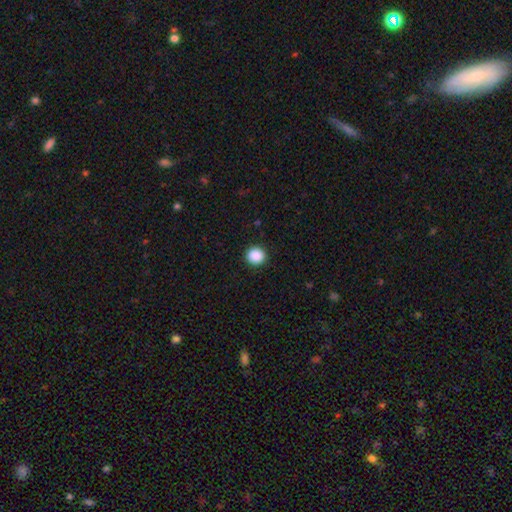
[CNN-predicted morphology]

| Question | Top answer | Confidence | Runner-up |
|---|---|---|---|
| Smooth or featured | smooth | 89% | star or artifact (9%) |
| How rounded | round | 92% | in between (7%) |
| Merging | none | 92% | minor disturbance (5%) |